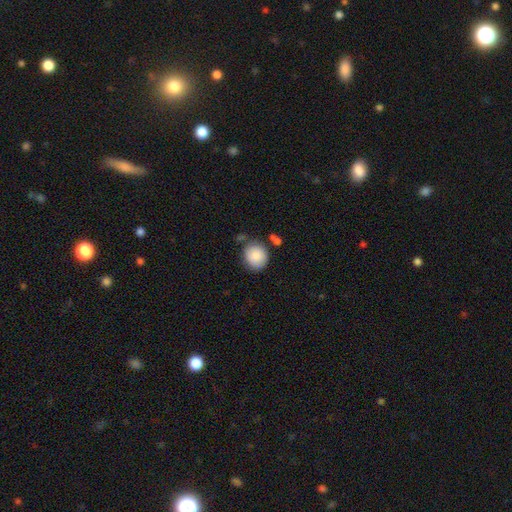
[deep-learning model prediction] smooth-or-featured: smooth: 87% | star or artifact: 7% | featured or disk: 6%
  how-rounded: round: 87% | in between: 12% | cigar-shaped: 1%
  merging: none: 74% | minor disturbance: 15% | merger: 7% | major disturbance: 4%